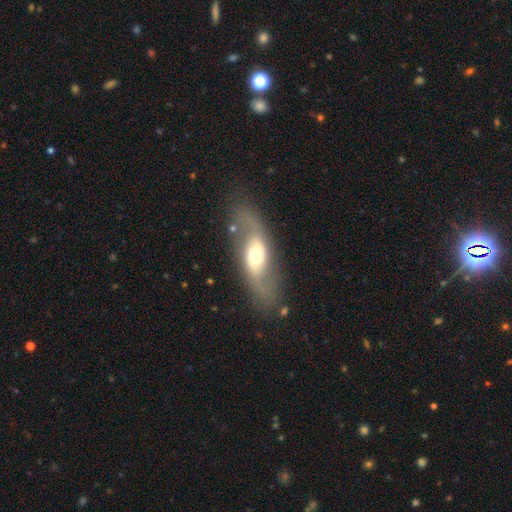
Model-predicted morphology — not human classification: featured or disk 63%, smooth 30%, star or artifact 7%. Down the decision tree: edge-on disk — no (84%); bar — no (57%); spiral arms — yes (69%); bulge size — moderate (64%); merging — none (74%).